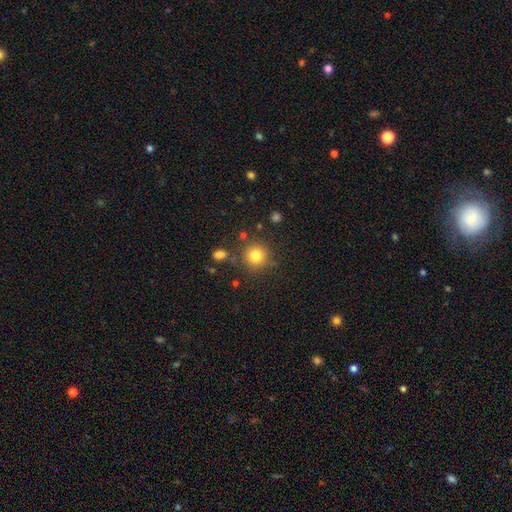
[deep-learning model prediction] This appears to be a smooth galaxy with no disk features (81%) that is round (94%). Merging: none (84%).